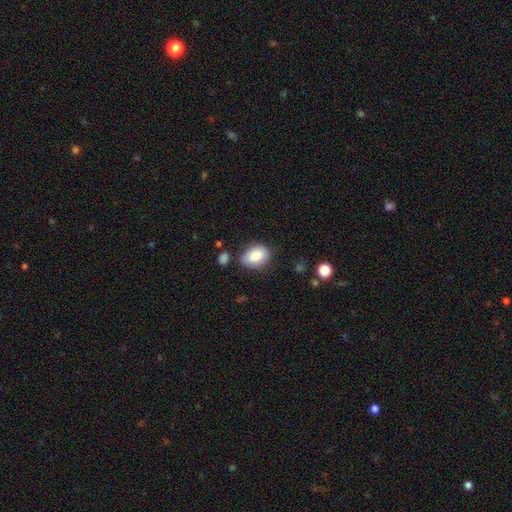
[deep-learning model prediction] A smooth galaxy with no disk features (85%) that is in between round and cigar-shaped (83%). Merging: none (74%).